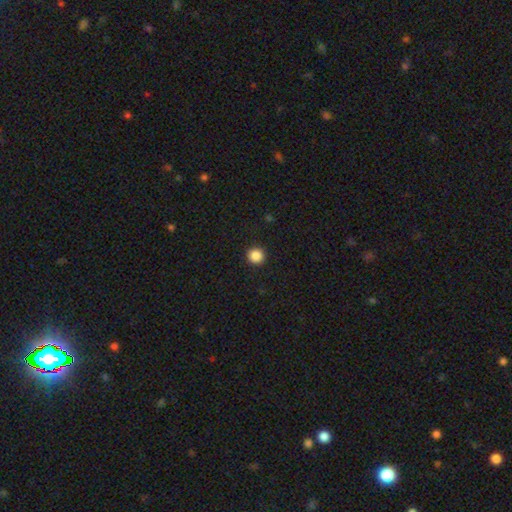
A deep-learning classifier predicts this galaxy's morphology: smooth 87%, star or artifact 10%, featured or disk 3%. Down the decision tree: how rounded — round (94%); merging — none (93%).